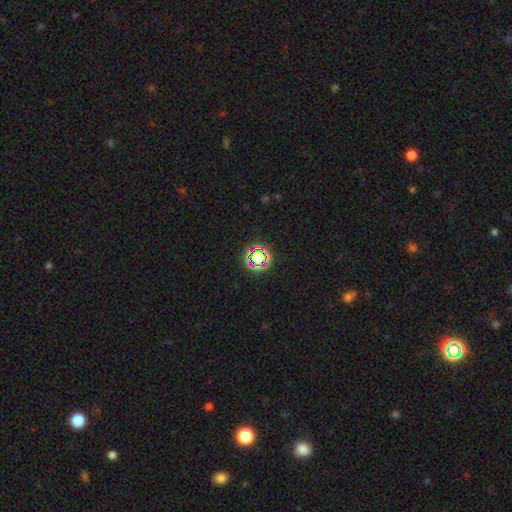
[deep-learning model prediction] This appears to be a star or artifact, not a galaxy (66%).